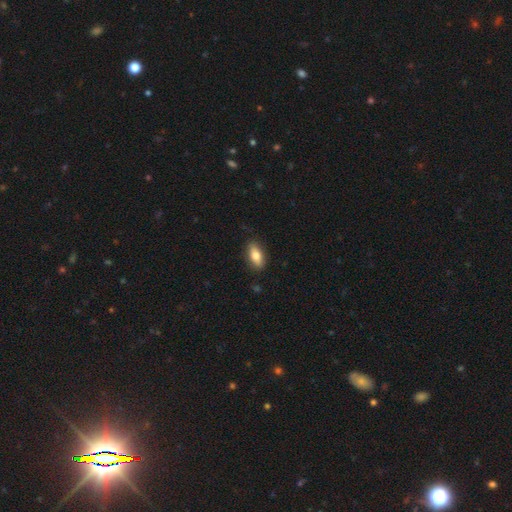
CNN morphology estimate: type=smooth (75%); roundness=in between (83%); merging=none (85%).